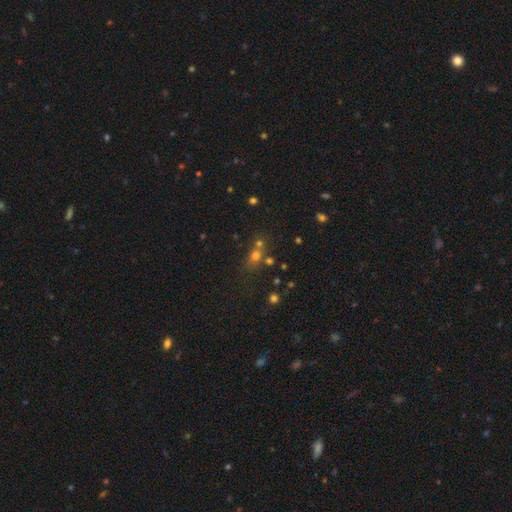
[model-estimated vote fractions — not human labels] Smooth or featured? smooth (61%)
How rounded? round (65%)
Merging? none (48%)